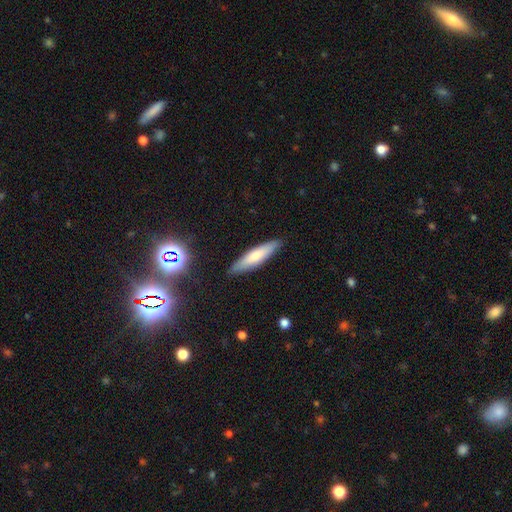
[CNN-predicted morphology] Overall: smooth (66%; featured or disk 27%). How rounded: cigar-shaped (78%). Merging: none (88%).